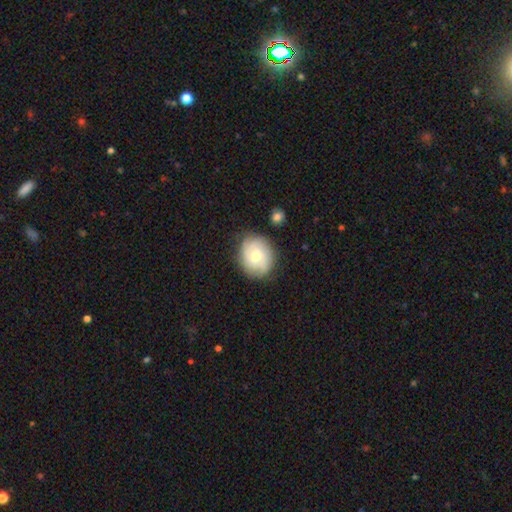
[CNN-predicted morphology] Smooth or featured? Predicted: featured or disk (p=0.47). Merging? Predicted: none (p=0.77).